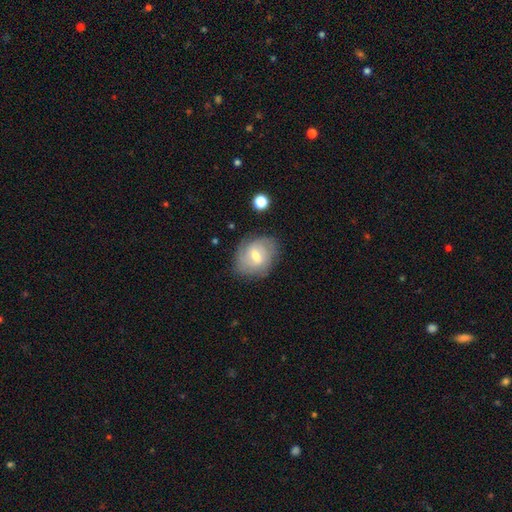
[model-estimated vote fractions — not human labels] A featured or disk galaxy (51%). Merging: none (72%).